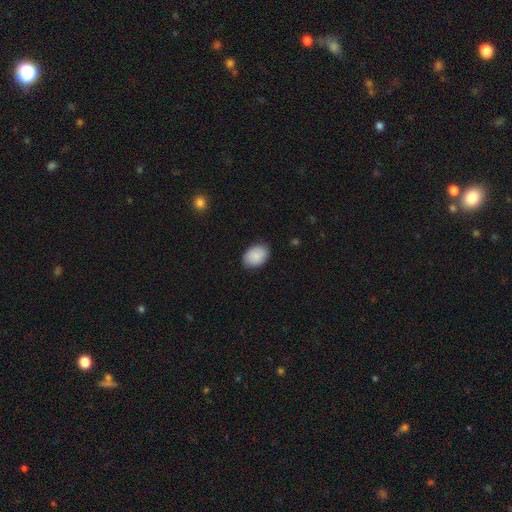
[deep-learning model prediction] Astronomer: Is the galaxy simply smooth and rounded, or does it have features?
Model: smooth — 88%.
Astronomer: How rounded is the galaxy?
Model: in between — 82%.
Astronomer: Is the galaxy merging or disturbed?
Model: none — 86%.